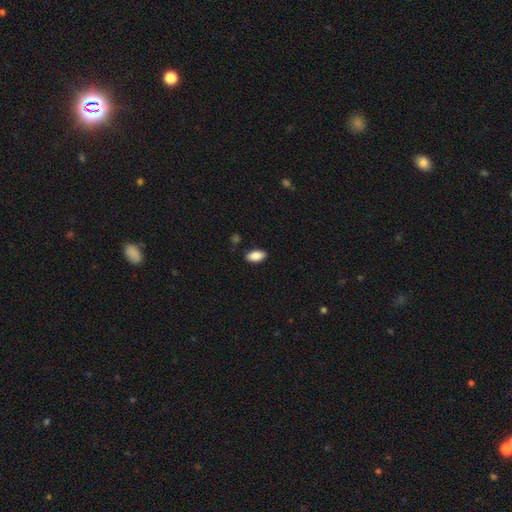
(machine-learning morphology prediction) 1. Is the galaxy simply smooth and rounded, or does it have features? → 87% smooth, 7% star or artifact, 6% featured or disk.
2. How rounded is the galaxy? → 93% in between, 3% cigar-shaped, 3% round.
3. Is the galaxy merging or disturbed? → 87% none, 9% minor disturbance, 2% major disturbance, 1% merger.